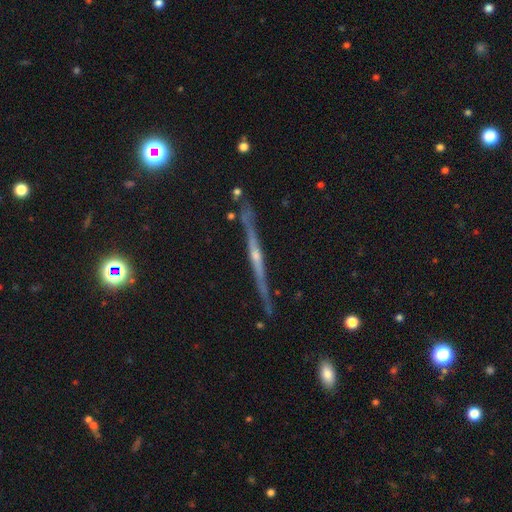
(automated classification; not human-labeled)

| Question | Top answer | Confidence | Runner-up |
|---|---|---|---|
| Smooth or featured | featured or disk | 82% | smooth (10%) |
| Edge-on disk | yes | 98% | no (2%) |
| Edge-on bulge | rounded | 72% | none (22%) |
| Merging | none | 83% | minor disturbance (12%) |